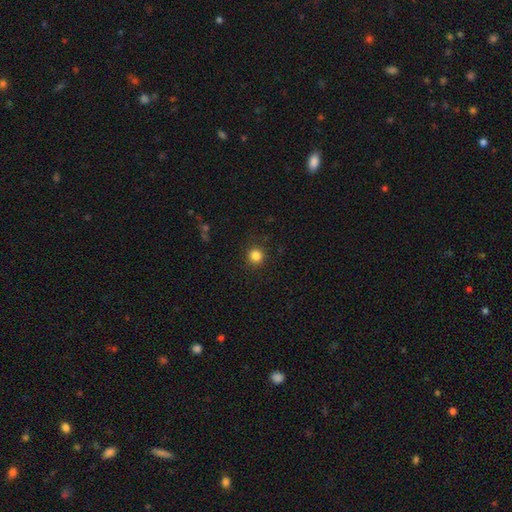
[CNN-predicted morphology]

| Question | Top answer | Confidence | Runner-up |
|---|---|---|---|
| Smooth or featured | smooth | 84% | star or artifact (12%) |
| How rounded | round | 94% | in between (5%) |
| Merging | none | 90% | minor disturbance (6%) |